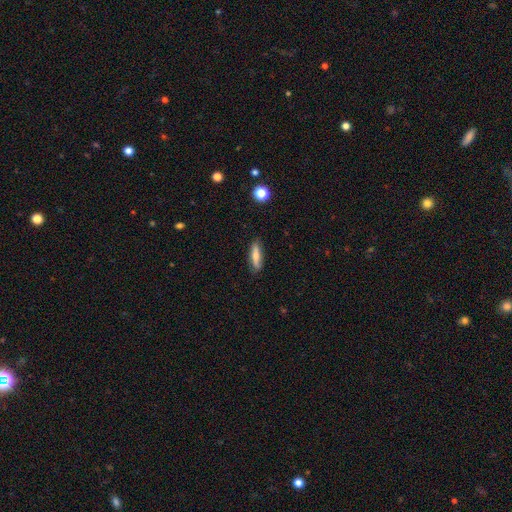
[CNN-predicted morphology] A smooth galaxy with no disk features (63%) that is cigar-shaped (68%).

Vote fractions:
- Smooth or featured? smooth: 63% / featured or disk: 30% / star or artifact: 7%
- How rounded? cigar-shaped: 68% / in between: 29% / round: 3%
- Merging? none: 85% / minor disturbance: 12% / major disturbance: 2% / merger: 1%